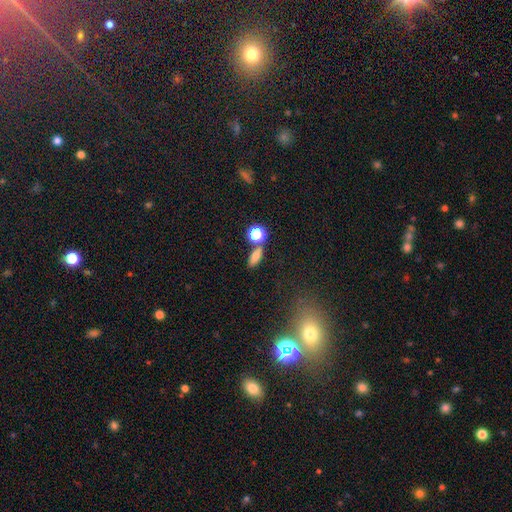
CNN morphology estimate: type=smooth (74%); roundness=in between (69%); merging=none (69%).